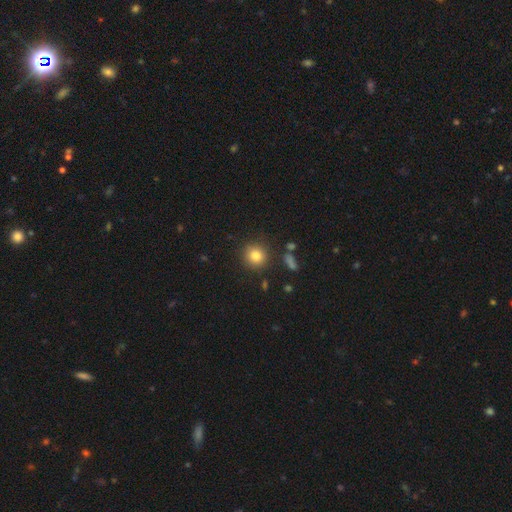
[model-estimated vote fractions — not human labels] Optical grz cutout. It shows a smooth galaxy with no disk features (83%) that is round (89%). Merging: none (87%).